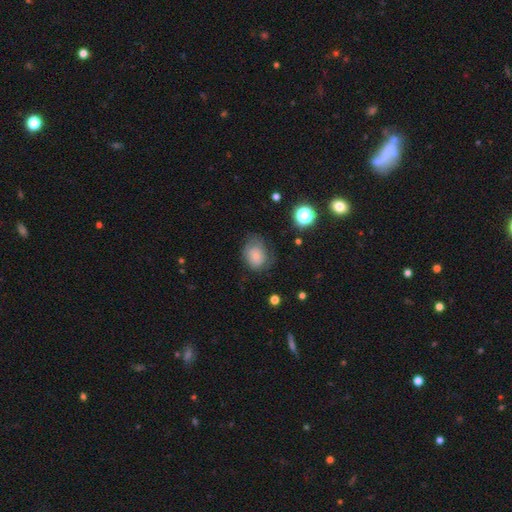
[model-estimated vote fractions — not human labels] Smooth or featured? smooth (60%)
How rounded? in between (52%)
Merging? none (52%)